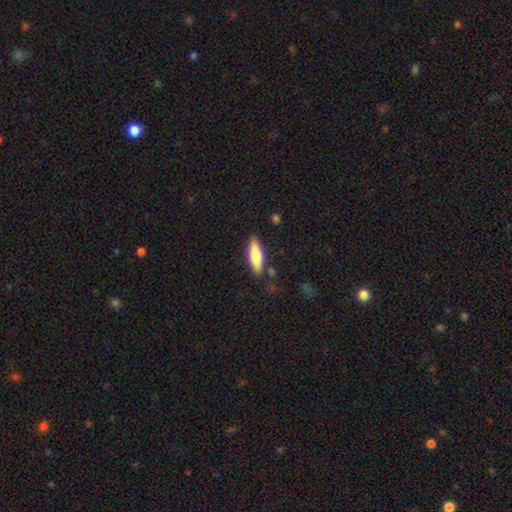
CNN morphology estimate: This appears to be a smooth galaxy with no disk features (72%) that is in between round and cigar-shaped (51%). Merging: none (82%).